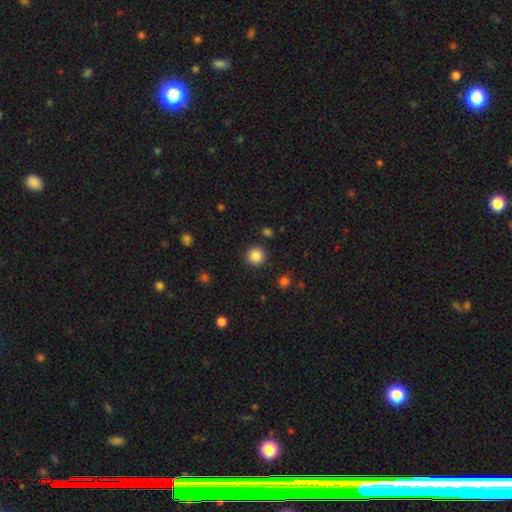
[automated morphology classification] A smooth galaxy with no disk features (86%) that is round (95%). Merging: none (92%).